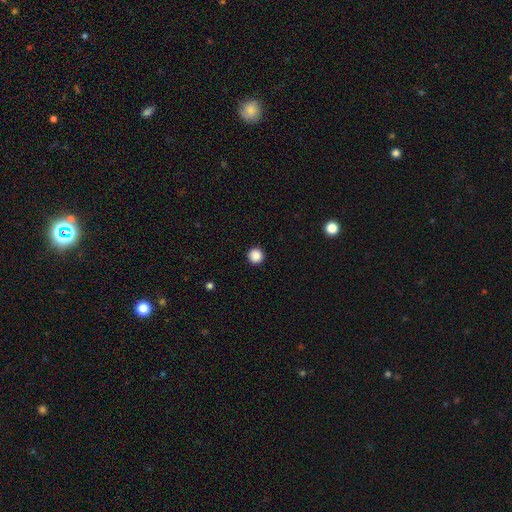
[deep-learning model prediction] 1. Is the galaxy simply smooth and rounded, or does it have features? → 88% smooth, 10% star or artifact, 2% featured or disk.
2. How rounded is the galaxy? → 96% round, 3% in between, 1% cigar-shaped.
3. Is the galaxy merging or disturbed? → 93% none, 4% minor disturbance, 2% major disturbance, 1% merger.